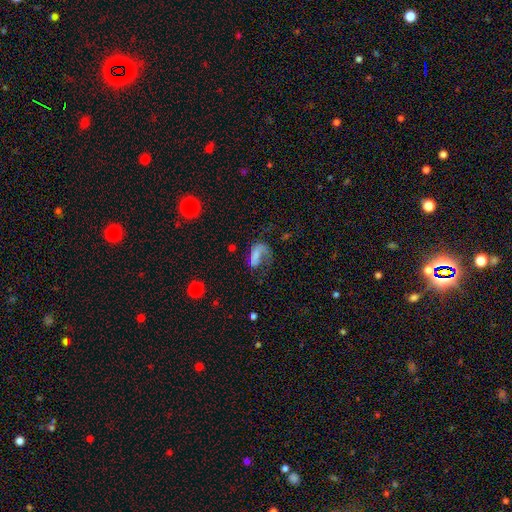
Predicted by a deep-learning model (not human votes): Q: Smooth or featured?
A: smooth (53%); runner-up: featured or disk (37%)
Q: How rounded?
A: in between (81%); runner-up: round (10%)
Q: Merging?
A: major disturbance (51%); runner-up: none (27%)